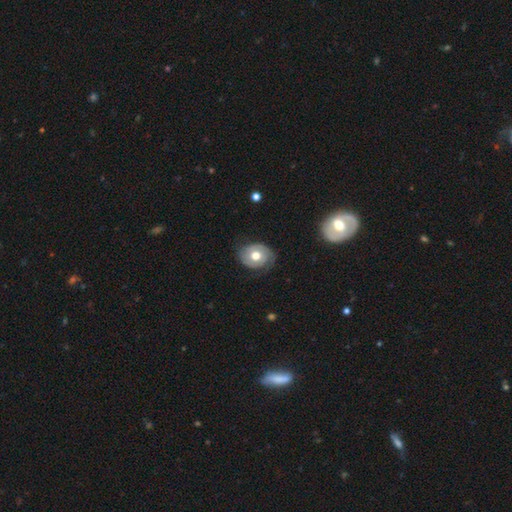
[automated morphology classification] Q: Smooth or featured?
A: featured or disk (60%); runner-up: smooth (34%)
Q: Edge-on disk?
A: no (96%); runner-up: yes (4%)
Q: Bar?
A: no (79%); runner-up: weak (17%)
Q: Spiral arms?
A: yes (71%); runner-up: no (29%)
Q: Bulge size?
A: moderate (71%); runner-up: large (22%)
Q: Merging?
A: none (69%); runner-up: minor disturbance (22%)